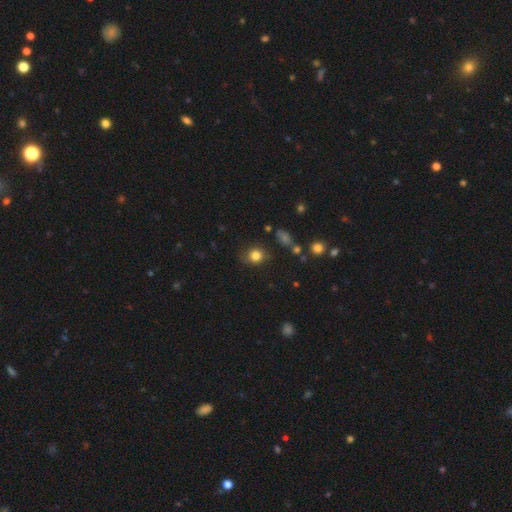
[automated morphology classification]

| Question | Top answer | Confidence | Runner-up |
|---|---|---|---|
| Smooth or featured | smooth | 81% | star or artifact (12%) |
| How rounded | round | 77% | in between (22%) |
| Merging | none | 73% | minor disturbance (19%) |